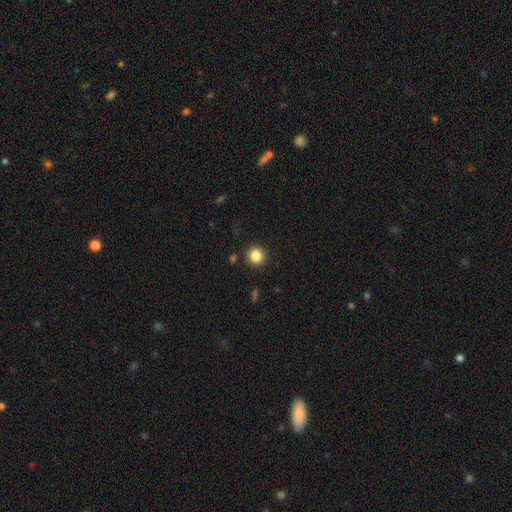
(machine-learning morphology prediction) Smooth or featured? Predicted: smooth (p=0.85). How rounded? Predicted: round (p=0.91). Merging? Predicted: none (p=0.91).